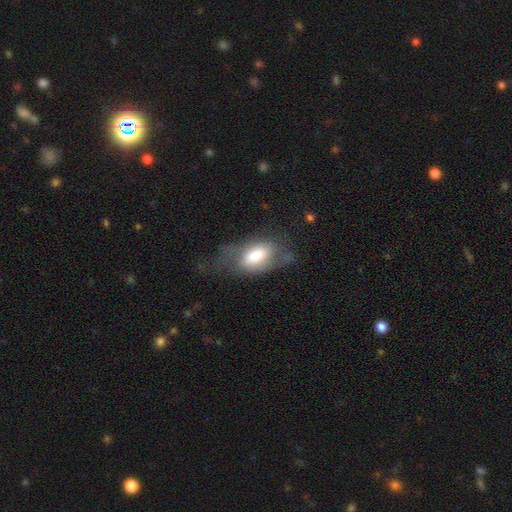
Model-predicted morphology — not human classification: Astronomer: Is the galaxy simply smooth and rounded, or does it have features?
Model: smooth — 59% (runner-up: featured or disk, 35%).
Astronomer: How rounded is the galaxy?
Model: in between — 89%.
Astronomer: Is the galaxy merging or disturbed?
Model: none — 42% (runner-up: major disturbance, 29%).